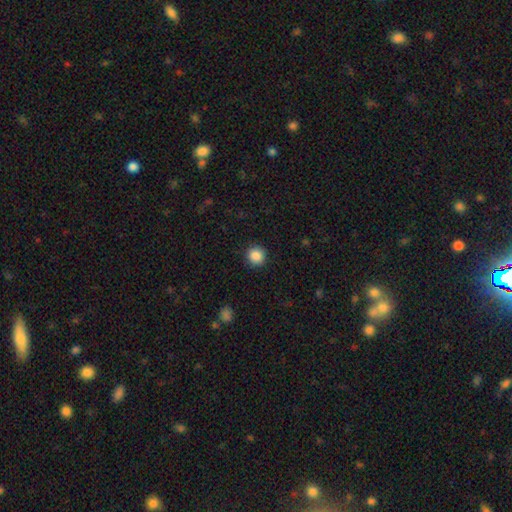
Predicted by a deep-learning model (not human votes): The model was most divided on "smooth or featured": smooth: 88%, star or artifact: 9%, featured or disk: 3%. More confident: how rounded — round (93%); merging — none (91%).